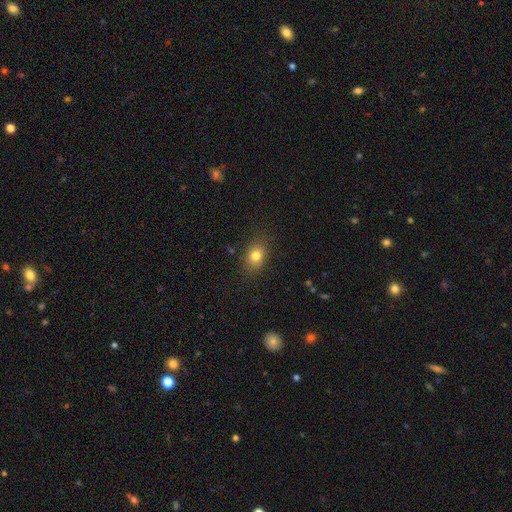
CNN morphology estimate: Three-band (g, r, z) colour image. It shows a smooth galaxy with no disk features (80%) that is in between round and cigar-shaped (66%). Merging: none (84%).